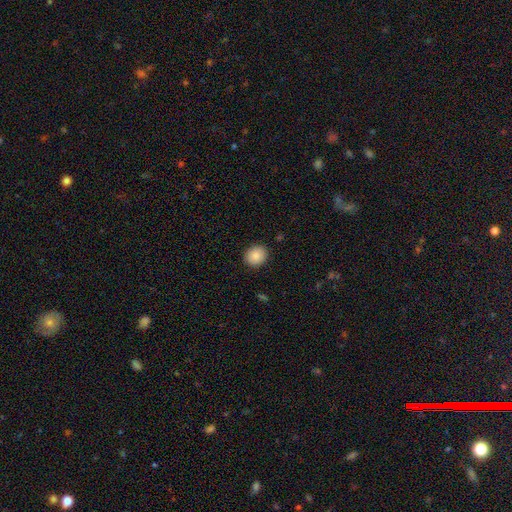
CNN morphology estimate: A smooth galaxy with no disk features (88%) that is round (72%). Merging: none (90%).